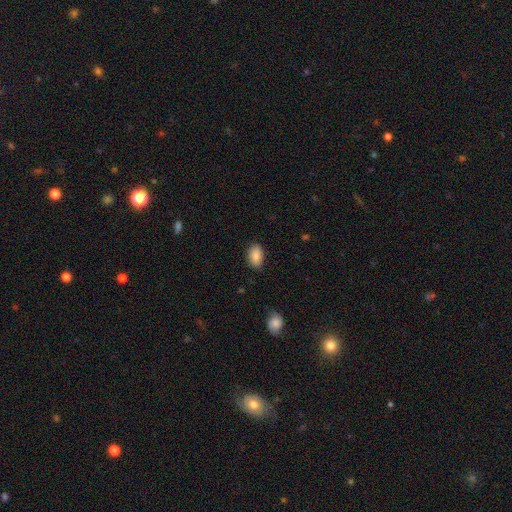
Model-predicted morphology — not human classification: Overall: smooth (87%). How rounded: in between (90%). Merging: none (83%).